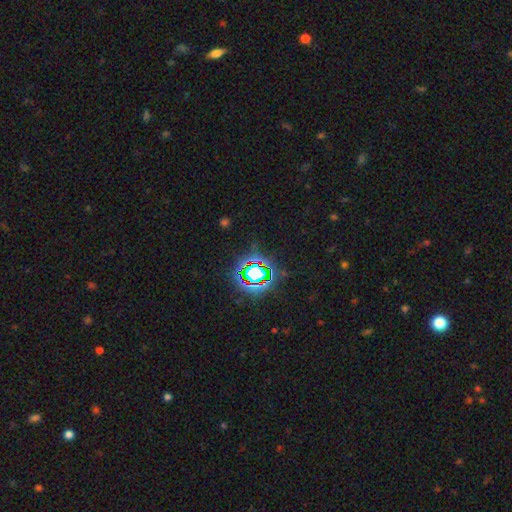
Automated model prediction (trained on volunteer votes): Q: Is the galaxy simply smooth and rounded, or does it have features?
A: star or artifact — 80%.